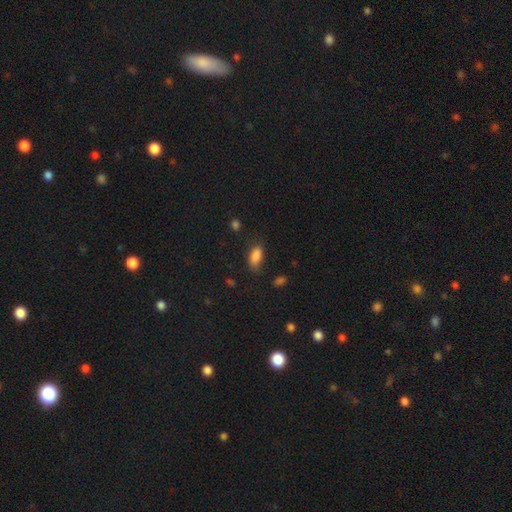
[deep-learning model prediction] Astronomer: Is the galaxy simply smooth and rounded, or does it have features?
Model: smooth — 86%.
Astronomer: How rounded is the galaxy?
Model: in between — 88%.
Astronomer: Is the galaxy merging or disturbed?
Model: none — 66%.